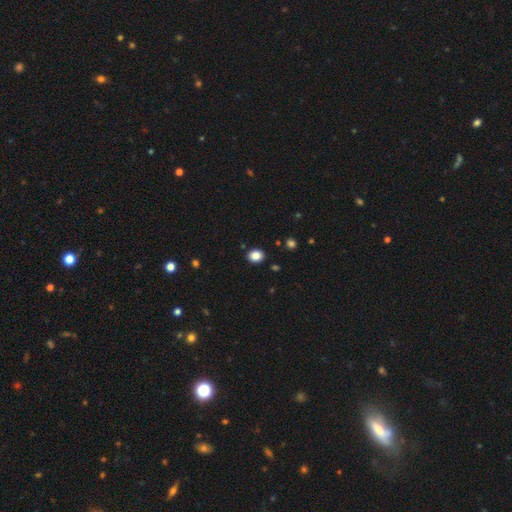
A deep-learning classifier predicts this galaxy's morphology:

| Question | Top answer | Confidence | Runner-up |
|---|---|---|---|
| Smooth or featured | smooth | 86% | star or artifact (10%) |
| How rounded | round | 57% | in between (42%) |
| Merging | none | 90% | minor disturbance (7%) |